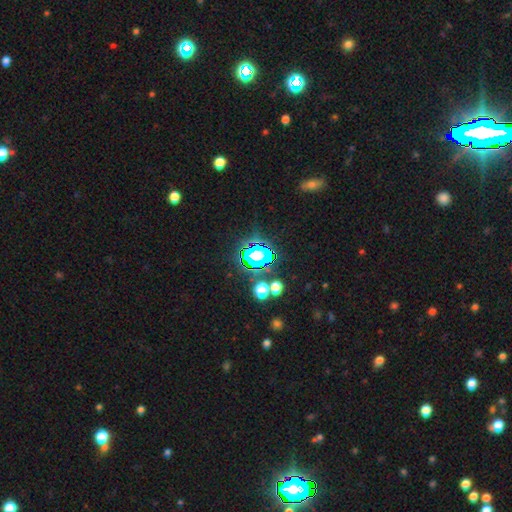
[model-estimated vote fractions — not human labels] smooth_or_featured: star or artifact (p=0.78) [alt: smooth p=0.14]